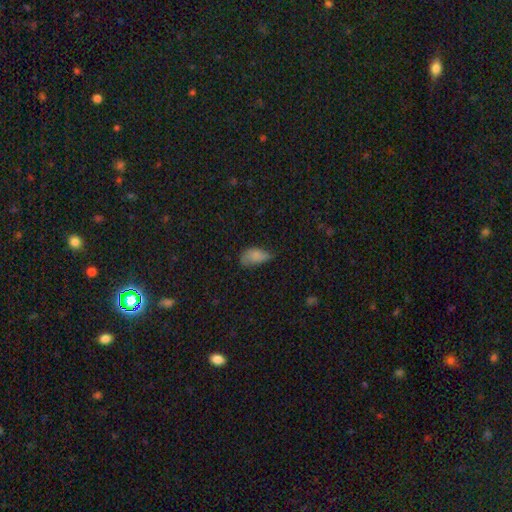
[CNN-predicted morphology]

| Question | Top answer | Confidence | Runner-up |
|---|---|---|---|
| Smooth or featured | smooth | 76% | featured or disk (14%) |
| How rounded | in between | 92% | cigar-shaped (4%) |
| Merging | minor disturbance | 42% | none (37%) |